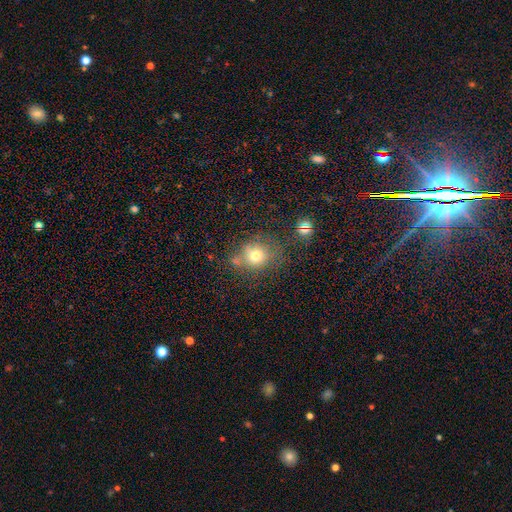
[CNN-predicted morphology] Q: Smooth or featured?
A: smooth (72%); runner-up: star or artifact (15%)
Q: How rounded?
A: round (80%); runner-up: in between (19%)
Q: Merging?
A: none (61%); runner-up: minor disturbance (17%)